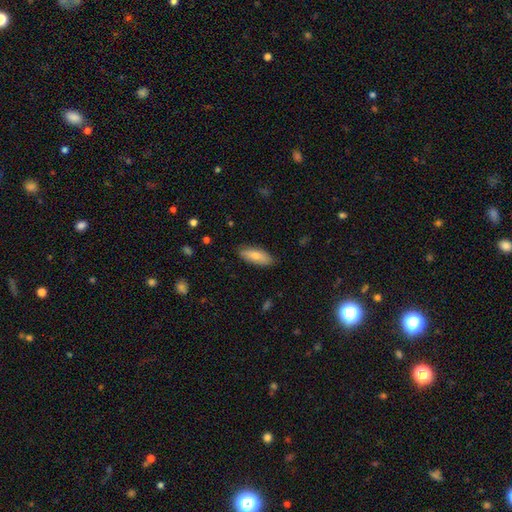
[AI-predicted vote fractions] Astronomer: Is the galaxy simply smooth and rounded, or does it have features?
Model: smooth — 76%.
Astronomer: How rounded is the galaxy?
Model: in between — 71%.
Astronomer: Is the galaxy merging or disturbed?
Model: none — 84%.